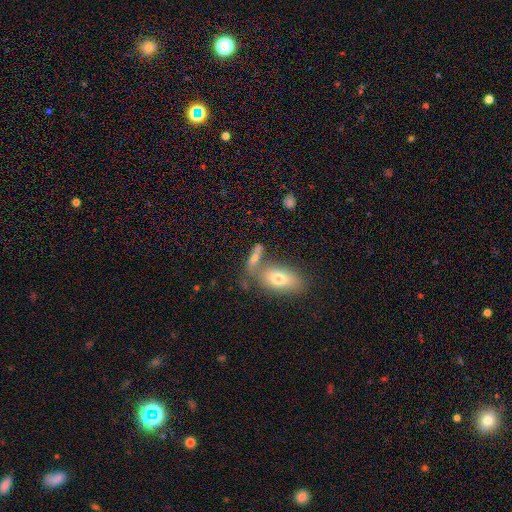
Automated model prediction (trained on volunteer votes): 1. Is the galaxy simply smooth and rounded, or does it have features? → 67% smooth, 22% featured or disk, 10% star or artifact.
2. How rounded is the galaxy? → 57% in between, 37% cigar-shaped, 6% round.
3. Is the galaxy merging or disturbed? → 44% none, 39% merger, 11% minor disturbance, 6% major disturbance.